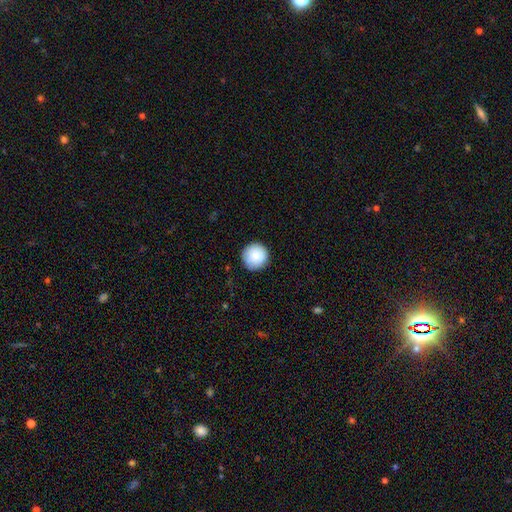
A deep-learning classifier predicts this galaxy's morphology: A smooth galaxy with no disk features (85%) that is round (96%).

Vote fractions:
- Smooth or featured? smooth: 85% / featured or disk: 7% / star or artifact: 7%
- How rounded? round: 96% / in between: 3% / cigar-shaped: 1%
- Merging? none: 89% / minor disturbance: 9% / major disturbance: 2% / merger: 1%